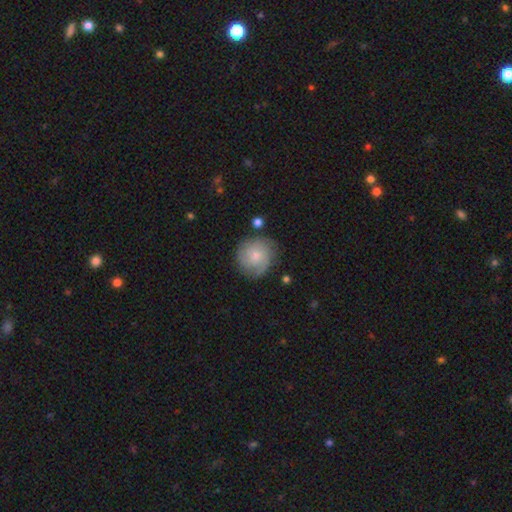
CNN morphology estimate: smooth-or-featured: featured or disk: 50% | smooth: 43% | star or artifact: 7%
  merging: none: 72% | minor disturbance: 19% | major disturbance: 6% | merger: 3%